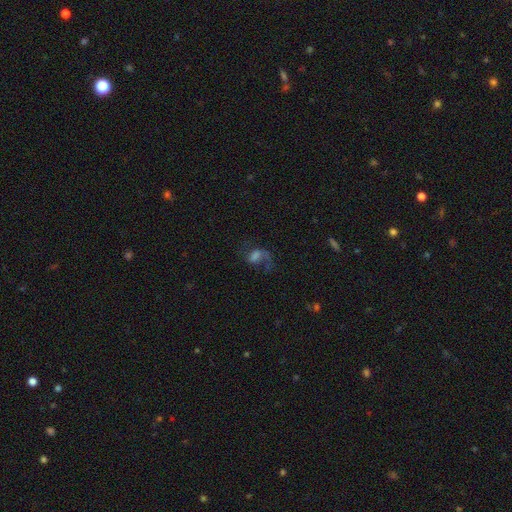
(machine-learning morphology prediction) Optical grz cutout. It shows a featured or disk galaxy (60%) with no bar (49%), spiral arms (86%) and a moderate central bulge (28%). Merging: none (44%).